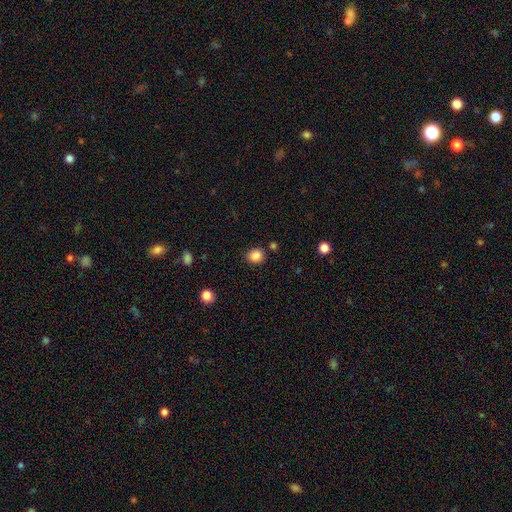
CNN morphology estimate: Overall: smooth (86%). How rounded: round (74%). Merging: none (84%).